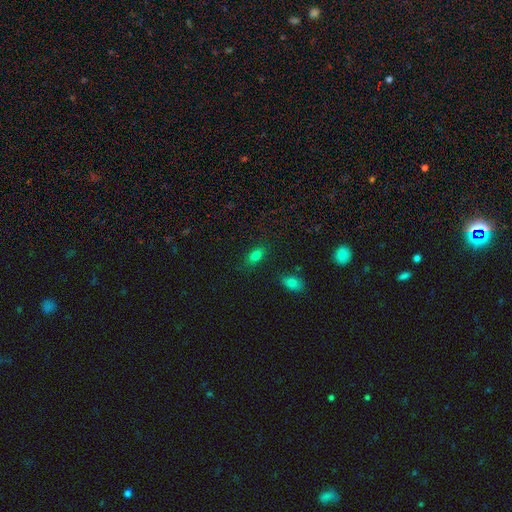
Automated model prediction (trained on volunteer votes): smooth_or_featured: smooth (p=0.80) [alt: star or artifact p=0.12]
how_rounded: in between (p=0.85) [alt: round p=0.09]
merging: none (p=0.81) [alt: minor disturbance p=0.13]